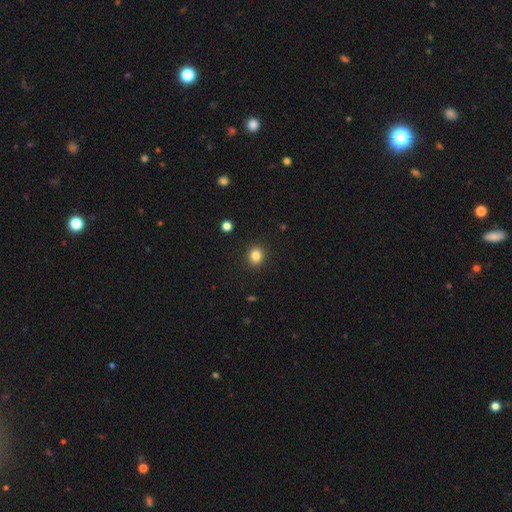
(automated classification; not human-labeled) Smooth or featured? Predicted: smooth (p=0.84). How rounded? Predicted: round (p=0.68). Merging? Predicted: none (p=0.91).